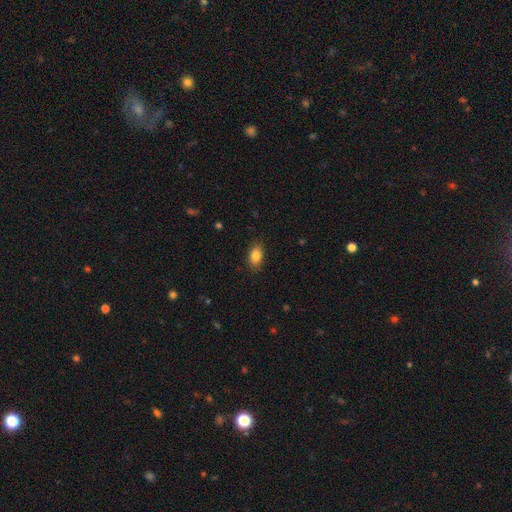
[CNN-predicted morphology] smooth 83%, star or artifact 9%, featured or disk 8%. Down the decision tree: how rounded — in between (86%); merging — none (87%).